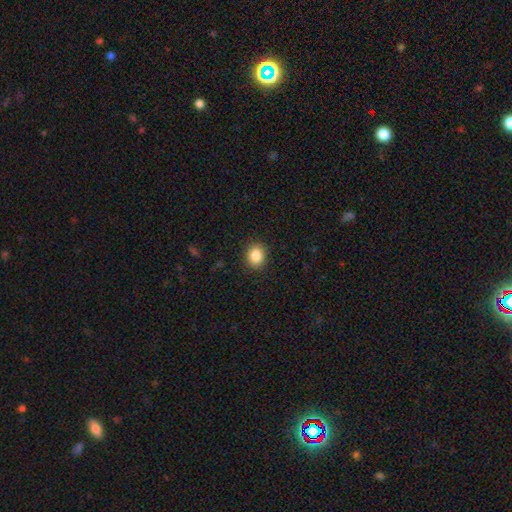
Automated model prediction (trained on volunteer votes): smooth 86%, star or artifact 10%, featured or disk 5%. Down the decision tree: how rounded — round (70%); merging — none (90%).